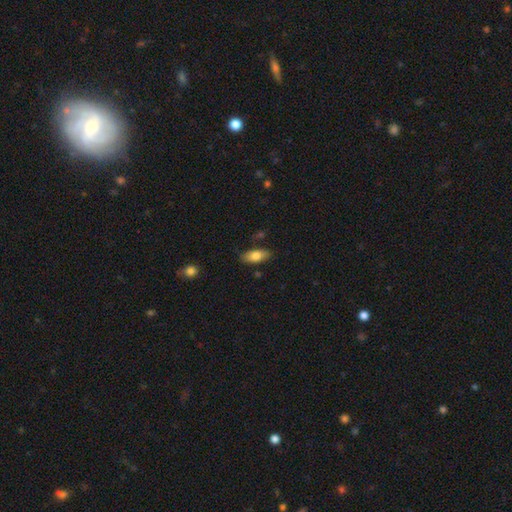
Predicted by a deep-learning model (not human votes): smooth-or-featured: smooth: 79% | featured or disk: 14% | star or artifact: 7%
  how-rounded: in between: 86% | cigar-shaped: 12% | round: 3%
  merging: none: 80% | minor disturbance: 15% | major disturbance: 3% | merger: 3%